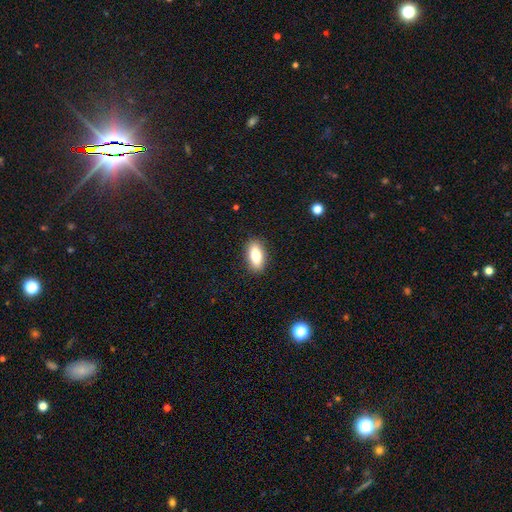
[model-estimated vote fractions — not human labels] The model was most divided on "smooth or featured": smooth: 78%, featured or disk: 15%, star or artifact: 8%. More confident: merging — none (89%); how rounded — in between (86%).